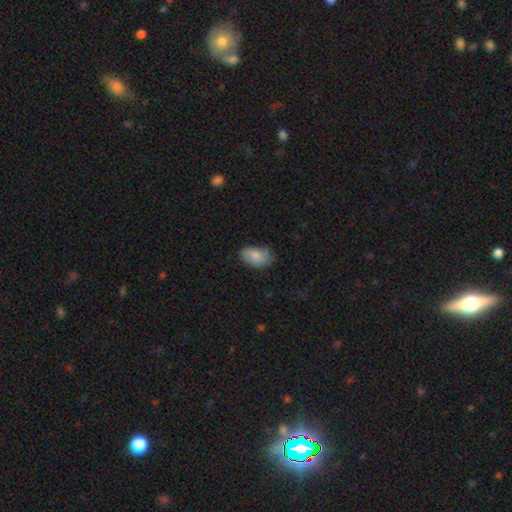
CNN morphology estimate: Overall: smooth (81%). How rounded: in between (92%). Merging: none (65%; minor disturbance 28%).